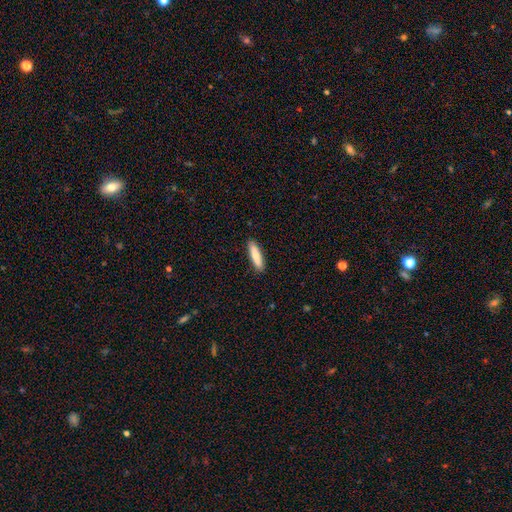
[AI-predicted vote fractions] smooth 78%, featured or disk 17%, star or artifact 5%. Down the decision tree: how rounded — cigar-shaped (73%); merging — none (90%).